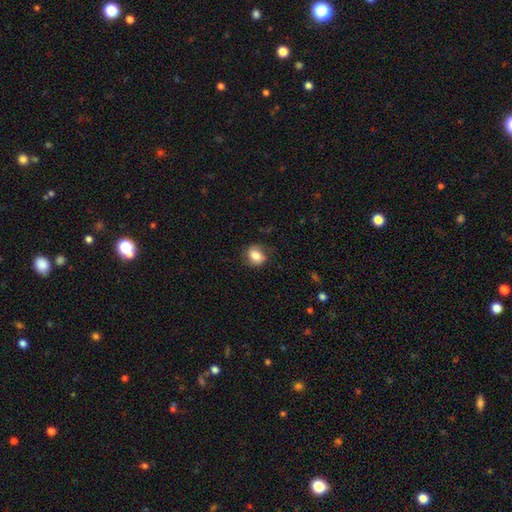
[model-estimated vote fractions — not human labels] This is likely a smooth galaxy (76%). How rounded: possibly round (50%). Merging: likely none (71%).